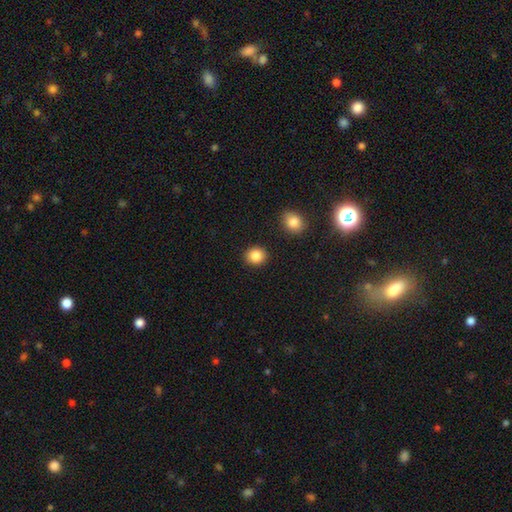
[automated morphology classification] Smooth or featured: smooth — 86% (star or artifact — 9%)
How rounded: round — 77% (in between — 22%)
Merging: none — 89% (minor disturbance — 6%)